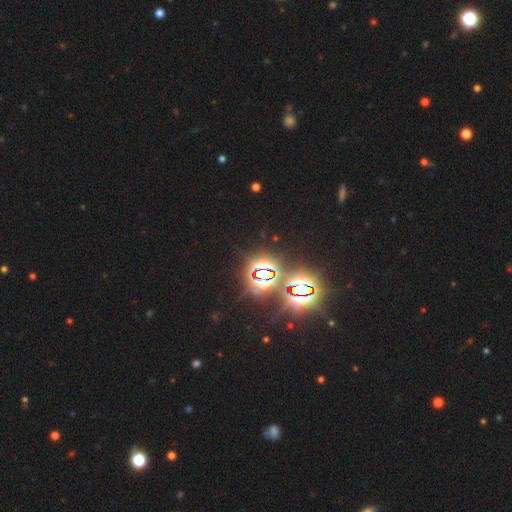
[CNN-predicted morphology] A star or artifact, not a galaxy (73%).

Vote fractions:
- Smooth or featured? star or artifact: 73% / smooth: 20% / featured or disk: 7%